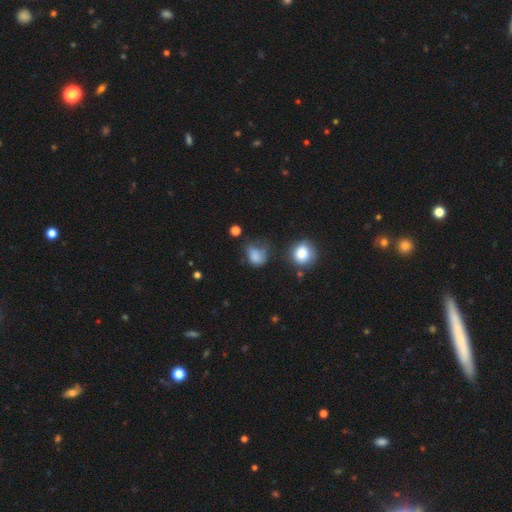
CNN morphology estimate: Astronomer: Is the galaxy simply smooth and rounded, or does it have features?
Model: smooth — 75%.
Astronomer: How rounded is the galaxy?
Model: in between — 52% (runner-up: round, 46%).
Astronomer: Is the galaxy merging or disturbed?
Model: none — 33% (runner-up: minor disturbance, 32%).